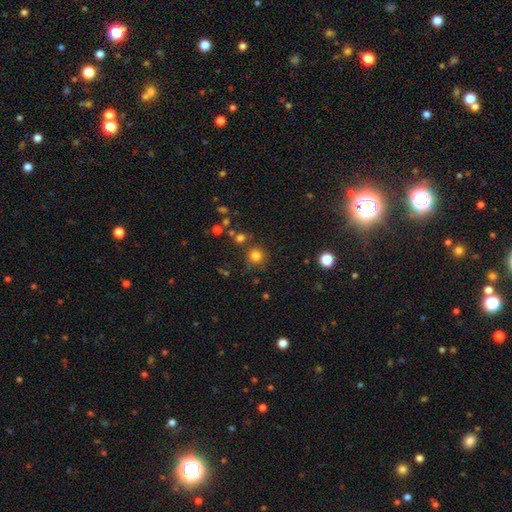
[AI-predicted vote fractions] A smooth galaxy with no disk features (80%) that is round (93%). Merging: none (79%).